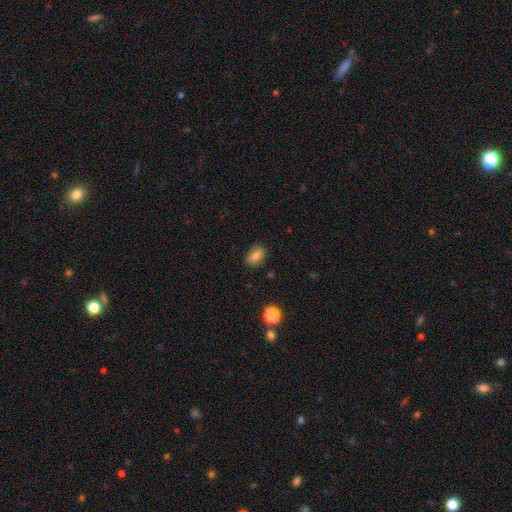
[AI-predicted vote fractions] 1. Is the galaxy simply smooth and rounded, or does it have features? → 79% smooth, 11% featured or disk, 10% star or artifact.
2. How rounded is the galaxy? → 75% in between, 23% round, 2% cigar-shaped.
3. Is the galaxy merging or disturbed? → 84% none, 12% minor disturbance, 3% major disturbance, 2% merger.